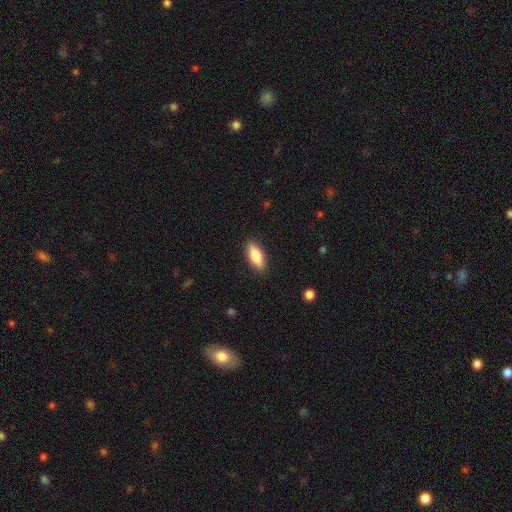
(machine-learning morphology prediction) Overall: smooth (77%). How rounded: in between (75%). Merging: none (88%).